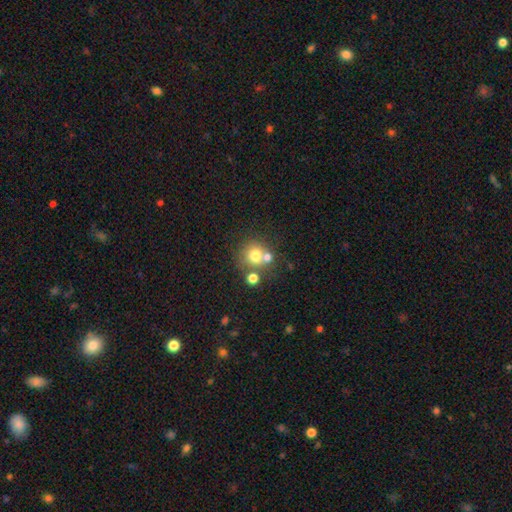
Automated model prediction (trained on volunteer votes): smooth 72%, star or artifact 15%, featured or disk 14%. Down the decision tree: how rounded — round (89%); merging — none (57%).